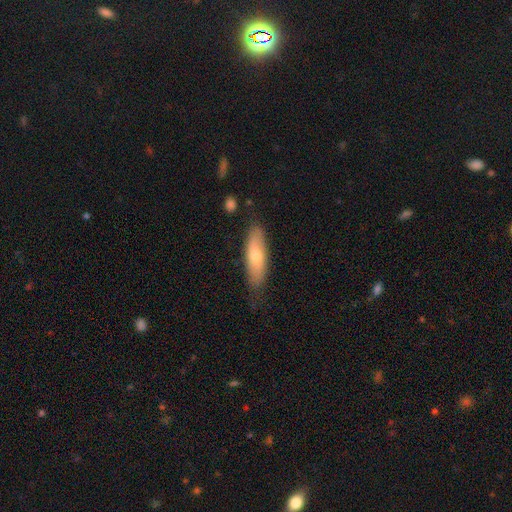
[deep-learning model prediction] Smooth or featured: smooth — 62% (featured or disk — 32%)
How rounded: cigar-shaped — 51% (in between — 47%)
Merging: none — 77% (minor disturbance — 17%)